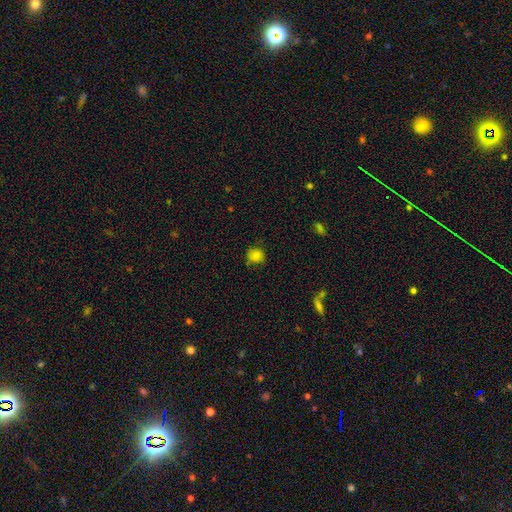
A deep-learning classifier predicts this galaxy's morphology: The model was most divided on "merging": none: 79%, minor disturbance: 15%, major disturbance: 3%, merger: 3%. More confident: how rounded — round (86%); smooth or featured — smooth (83%).